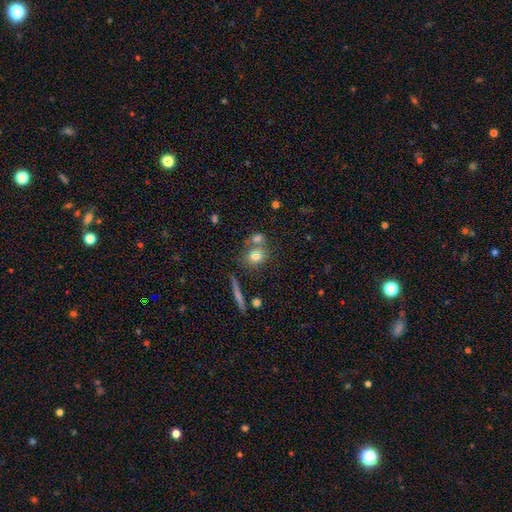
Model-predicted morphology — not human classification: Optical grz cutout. It shows a smooth galaxy with no disk features (71%) that is round (54%). Merging: none (48%).